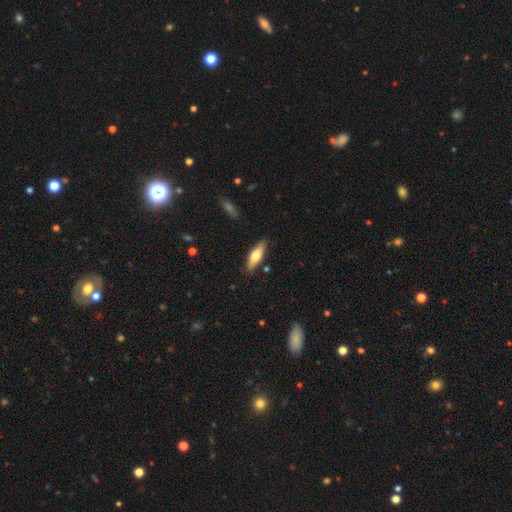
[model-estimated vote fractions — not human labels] Morphology: type=smooth (61%); roundness=cigar-shaped (52%); merging=none (85%).